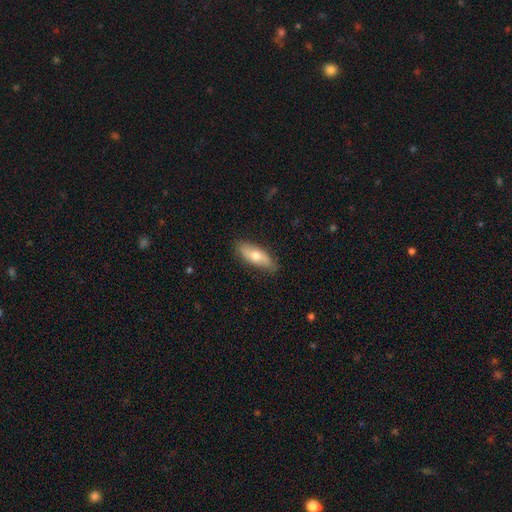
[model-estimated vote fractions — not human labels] Smooth or featured?
  - smooth: 61% *
  - featured or disk: 33%
  - star or artifact: 6%
How rounded?
  - in between: 72% *
  - cigar-shaped: 25%
  - round: 3%
Merging?
  - none: 83% *
  - minor disturbance: 14%
  - major disturbance: 2%
  - merger: 1%